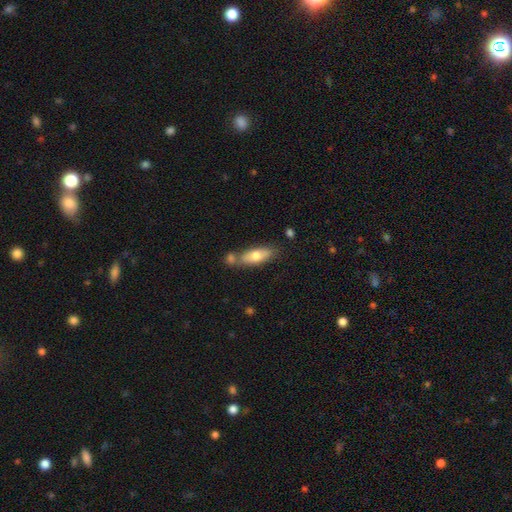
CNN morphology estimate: Smooth or featured? smooth (69%)
How rounded? in between (68%)
Merging? none (57%)